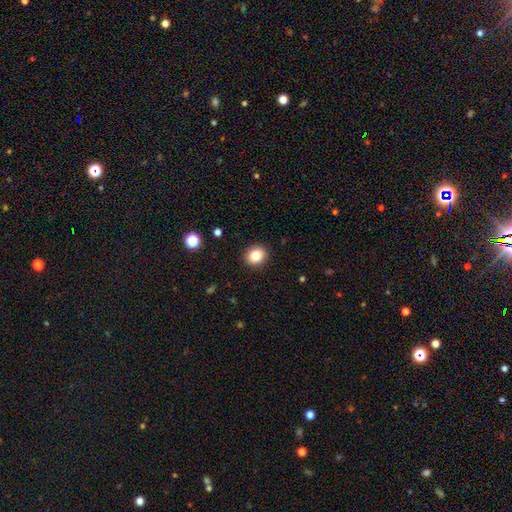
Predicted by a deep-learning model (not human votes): A smooth galaxy with no disk features (83%) that is round (68%).

Vote fractions:
- Smooth or featured? smooth: 83% / star or artifact: 10% / featured or disk: 6%
- How rounded? round: 68% / in between: 32% / cigar-shaped: 1%
- Merging? none: 91% / minor disturbance: 6% / major disturbance: 2% / merger: 1%